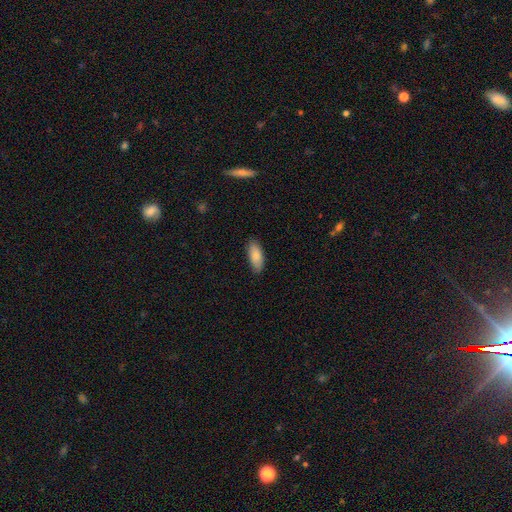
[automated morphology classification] A smooth galaxy with no disk features (86%) that is in between round and cigar-shaped (81%). Merging: none (86%).